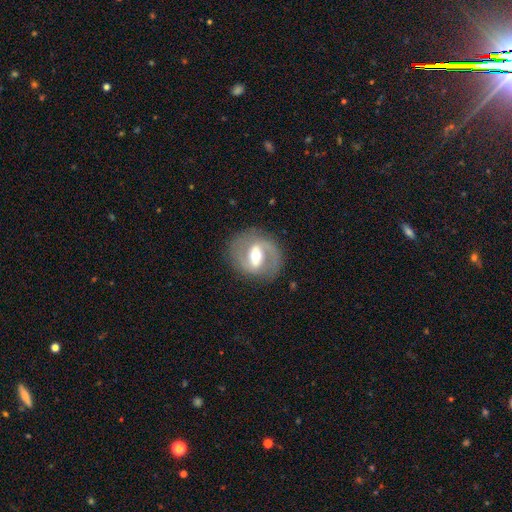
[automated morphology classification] smooth-or-featured: featured or disk: 80% | smooth: 14% | star or artifact: 5%
  disk-edge-on: no: 95% | yes: 5%
    bar: strong: 50% | weak: 38% | no: 12%
    has-spiral-arms: yes: 80% | no: 20%
      spiral-winding: medium: 52% | tight: 25% | loose: 23%
      spiral-arm-count: 2: 85% | 1: 6% | can't tell: 6% | 3: 1% | 4: 1% | more than 4: 1%
    bulge-size: moderate: 70% | small: 14% | large: 14% | dominant: 1% | none: 1%
  merging: none: 82% | minor disturbance: 11% | major disturbance: 6% | merger: 1%